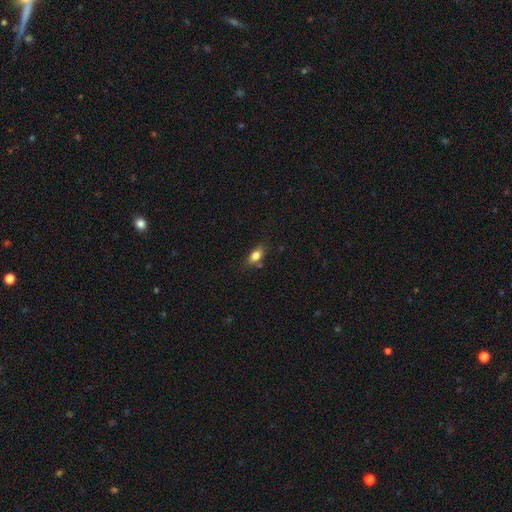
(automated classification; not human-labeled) Overall: smooth (80%). How rounded: in between (83%). Merging: none (68%).